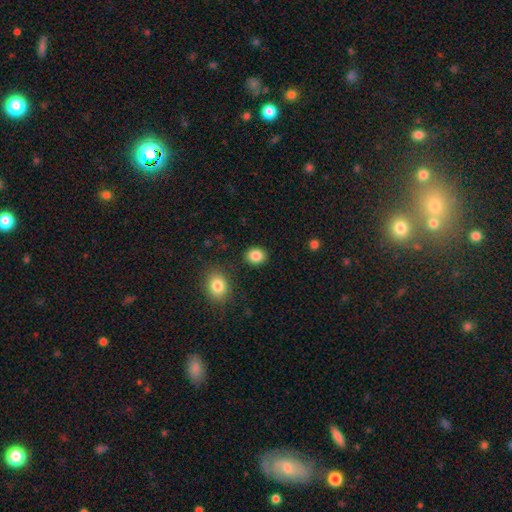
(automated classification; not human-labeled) Smooth or featured? smooth (86%)
How rounded? round (65%)
Merging? none (88%)